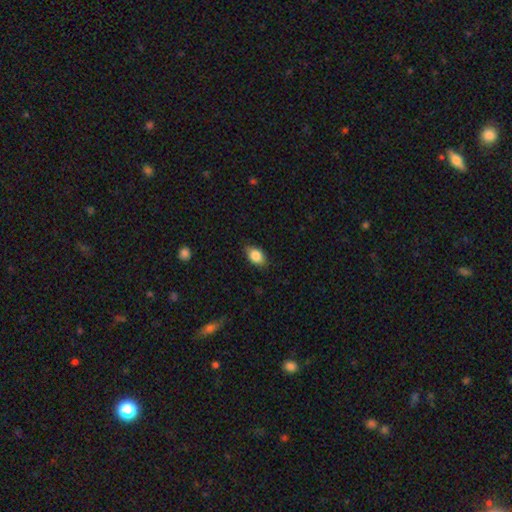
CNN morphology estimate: Smooth or featured? Predicted: smooth (p=0.84). How rounded? Predicted: in between (p=0.84). Merging? Predicted: none (p=0.82).